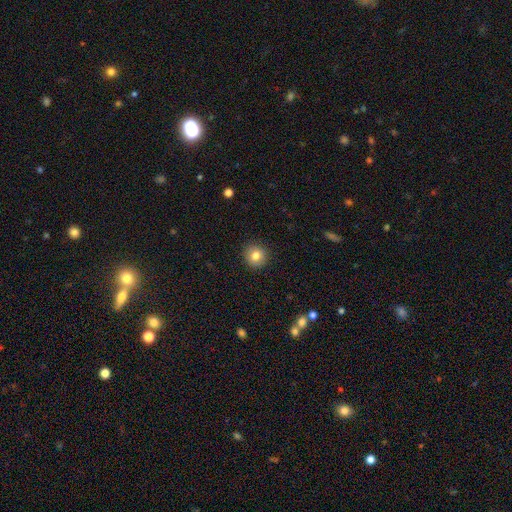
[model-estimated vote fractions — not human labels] Smooth or featured? Predicted: smooth (p=0.82). How rounded? Predicted: round (p=0.92). Merging? Predicted: none (p=0.91).